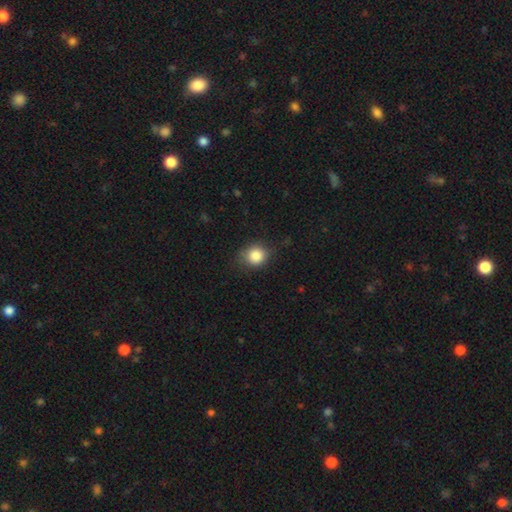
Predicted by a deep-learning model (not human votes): smooth-or-featured: smooth: 85% | star or artifact: 10% | featured or disk: 5%
  how-rounded: round: 80% | in between: 19% | cigar-shaped: 1%
  merging: none: 77% | minor disturbance: 18% | major disturbance: 4% | merger: 1%